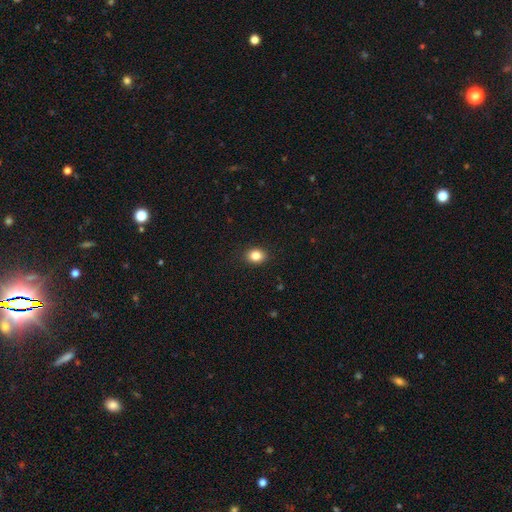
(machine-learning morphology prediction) Q: Smooth or featured?
A: smooth (85%); runner-up: star or artifact (10%)
Q: How rounded?
A: in between (52%); runner-up: round (47%)
Q: Merging?
A: none (90%); runner-up: minor disturbance (7%)